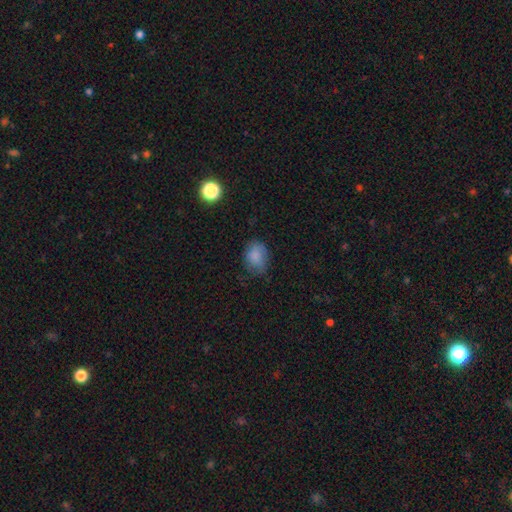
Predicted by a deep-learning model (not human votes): A smooth galaxy with no disk features (83%) that is in between round and cigar-shaped (69%). Merging: none (61%).